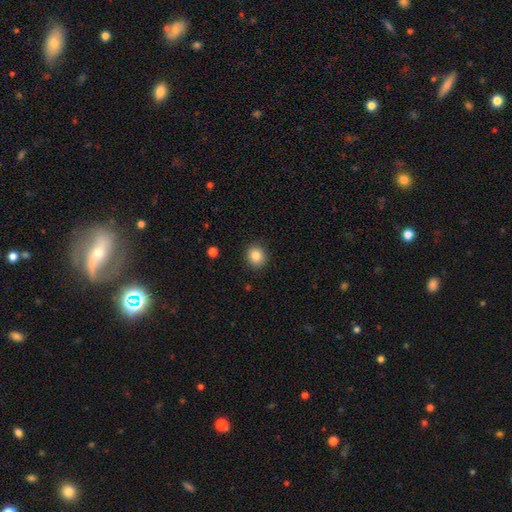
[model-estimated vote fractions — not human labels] The model was most divided on "how rounded": round: 77%, in between: 22%, cigar-shaped: 1%. More confident: merging — none (88%); smooth or featured — smooth (86%).